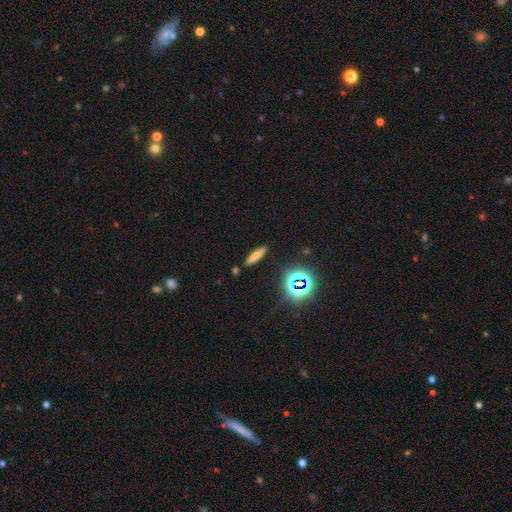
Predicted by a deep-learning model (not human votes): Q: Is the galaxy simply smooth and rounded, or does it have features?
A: smooth — 67%.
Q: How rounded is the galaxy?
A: cigar-shaped — 76%.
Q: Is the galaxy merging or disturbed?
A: none — 87%.